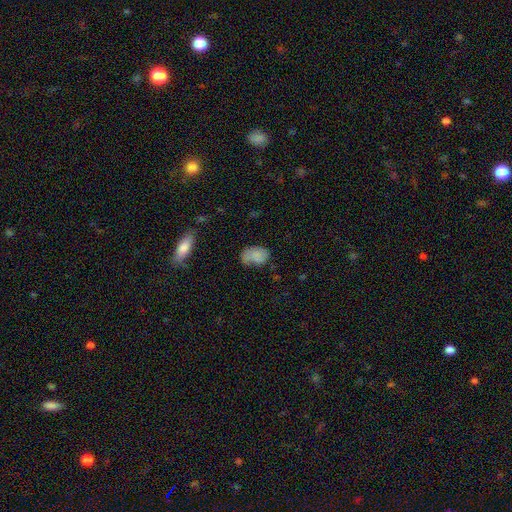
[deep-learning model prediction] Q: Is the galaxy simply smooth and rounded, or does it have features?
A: smooth — 76%.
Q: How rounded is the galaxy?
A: in between — 84%.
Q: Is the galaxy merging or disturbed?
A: none — 45%.